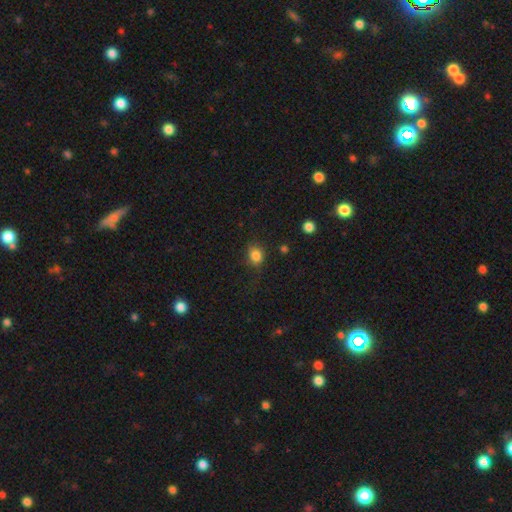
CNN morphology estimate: A smooth galaxy with no disk features (83%) that is round (58%). Merging: none (72%).